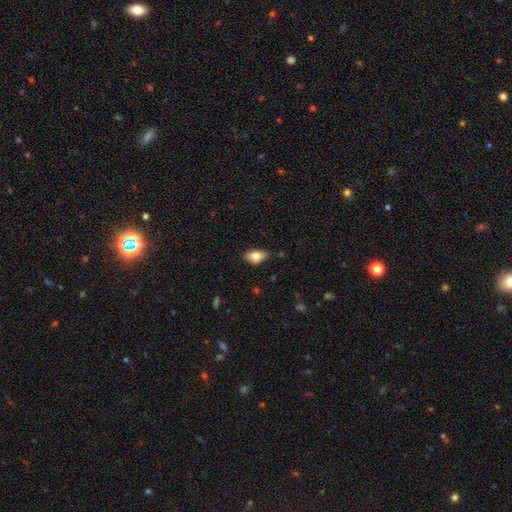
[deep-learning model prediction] A smooth galaxy with no disk features (80%) that is in between round and cigar-shaped (90%). Merging: none (80%).